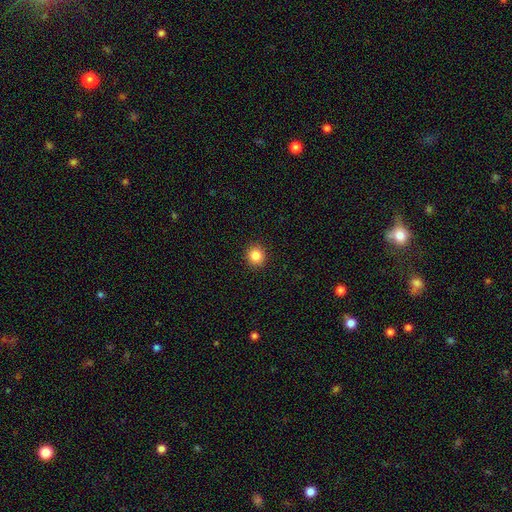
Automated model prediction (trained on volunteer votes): The model was most divided on "smooth or featured": smooth: 85%, star or artifact: 11%, featured or disk: 4%. More confident: merging — none (93%); how rounded — round (92%).